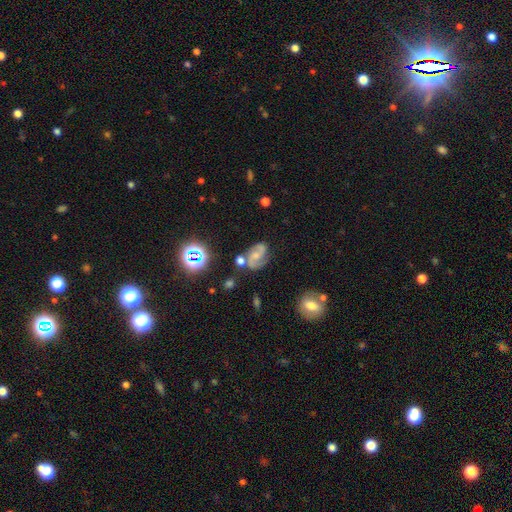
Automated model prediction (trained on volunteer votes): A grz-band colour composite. It shows a featured or disk galaxy (75%) with no bar (51%), 2 (88%) medium (53%) spiral arms (94%) and a small central bulge (44%). Merging: none (59%).